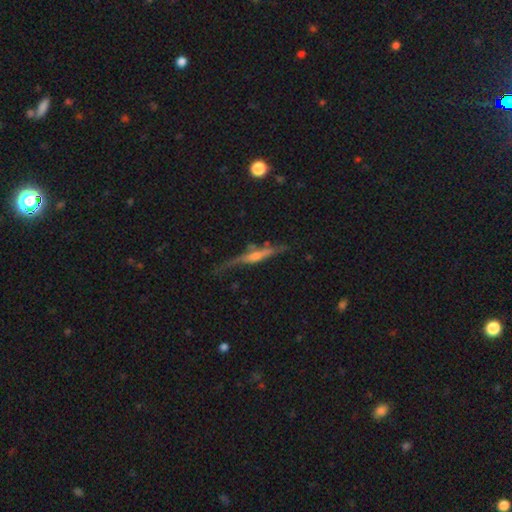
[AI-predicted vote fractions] Q: Smooth or featured?
A: featured or disk (66%); runner-up: smooth (27%)
Q: Edge-on disk?
A: yes (92%); runner-up: no (8%)
Q: Edge-on bulge?
A: rounded (60%); runner-up: none (26%)
Q: Merging?
A: none (59%); runner-up: minor disturbance (25%)